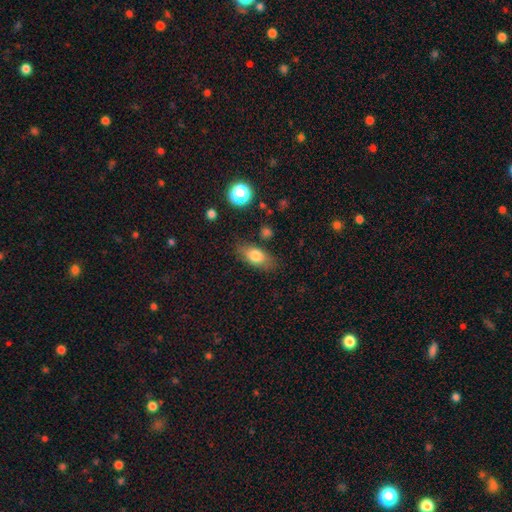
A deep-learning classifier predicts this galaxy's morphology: smooth 77%, featured or disk 15%, star or artifact 8%. Down the decision tree: how rounded — in between (81%); merging — none (77%).